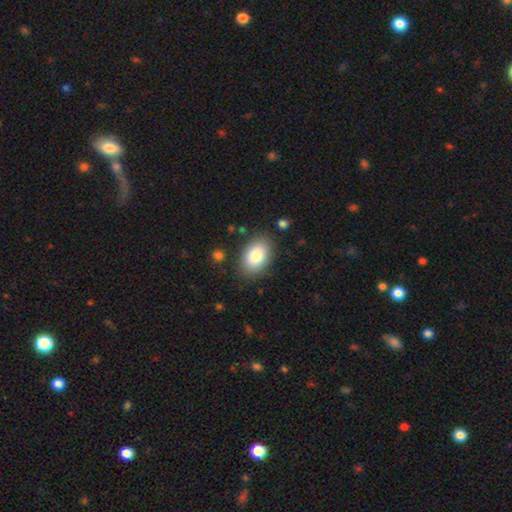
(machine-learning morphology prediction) Overall: smooth (84%). How rounded: in between (89%). Merging: none (85%).